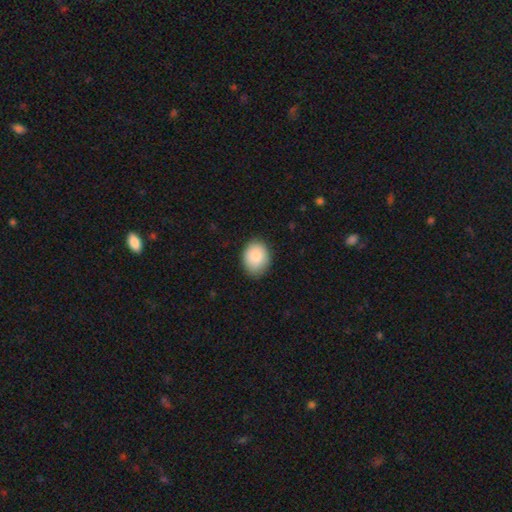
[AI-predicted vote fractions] Smooth or featured?
  - smooth: 87% *
  - star or artifact: 7%
  - featured or disk: 6%
How rounded?
  - in between: 56% *
  - round: 43%
  - cigar-shaped: 1%
Merging?
  - none: 84% *
  - minor disturbance: 13%
  - major disturbance: 2%
  - merger: 1%